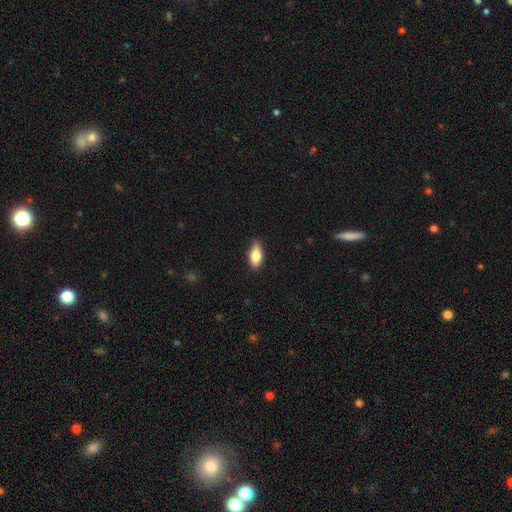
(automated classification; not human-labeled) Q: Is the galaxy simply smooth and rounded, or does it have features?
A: smooth — 79%.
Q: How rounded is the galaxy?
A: in between — 86%.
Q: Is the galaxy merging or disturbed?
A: none — 84%.